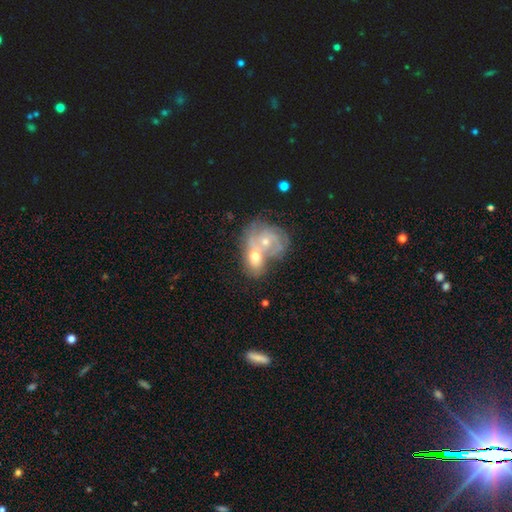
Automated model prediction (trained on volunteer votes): Smooth or featured?
  - featured or disk: 71% *
  - smooth: 21%
  - star or artifact: 8%
Edge-on disk?
  - no: 96% *
  - yes: 4%
Bar?
  - no: 69% *
  - weak: 26%
  - strong: 6%
Spiral arms?
  - yes: 86% *
  - no: 14%
Spiral winding?
  - tight: 58% *
  - medium: 34%
  - loose: 9%
Spiral arm count?
  - 2: 33% *
  - can't tell: 32%
  - 3: 22%
  - 4: 5%
  - 1: 5%
  - more than 4: 4%
Bulge size?
  - small: 48% *
  - moderate: 46%
  - large: 2%
  - none: 2%
  - dominant: 1%
Merging?
  - merger: 62% *
  - none: 25%
  - minor disturbance: 8%
  - major disturbance: 5%